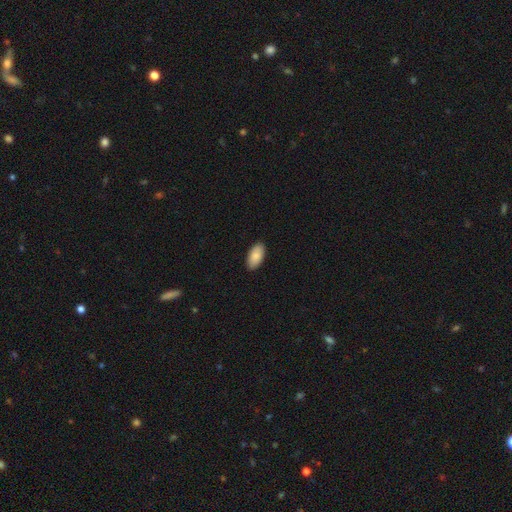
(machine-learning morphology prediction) A smooth galaxy with no disk features (89%) that is in between round and cigar-shaped (95%).

Vote fractions:
- Smooth or featured? smooth: 89% / star or artifact: 6% / featured or disk: 6%
- How rounded? in between: 95% / cigar-shaped: 3% / round: 2%
- Merging? none: 90% / minor disturbance: 8% / major disturbance: 2% / merger: 1%